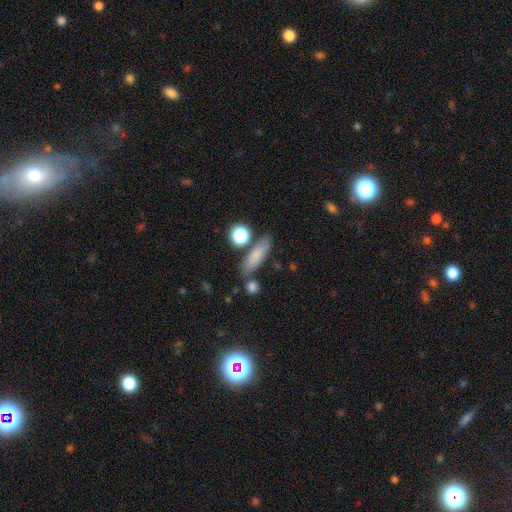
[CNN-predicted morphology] This appears to be a smooth galaxy with no disk features (78%) that is cigar-shaped (56%). Merging: none (76%).